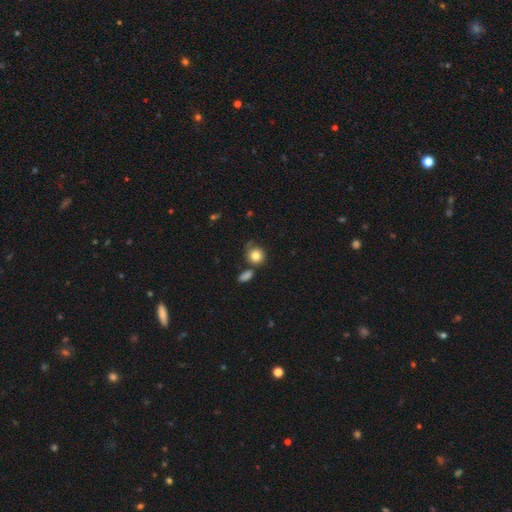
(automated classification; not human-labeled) A smooth galaxy with no disk features (83%) that is round (84%). Merging: none (65%).